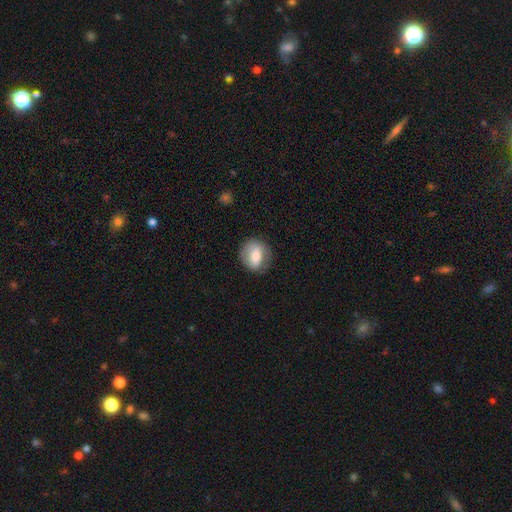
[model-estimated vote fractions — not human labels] Smooth or featured: smooth — 60% (featured or disk — 32%)
How rounded: round — 67% (in between — 31%)
Merging: none — 76% (minor disturbance — 17%)